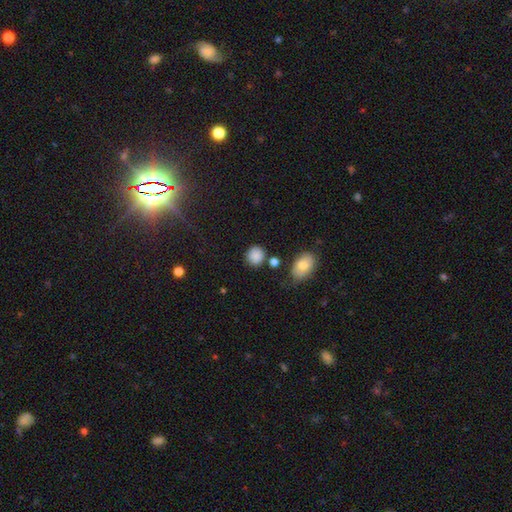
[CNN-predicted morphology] type=smooth (87%); roundness=round (83%); merging=none (79%).